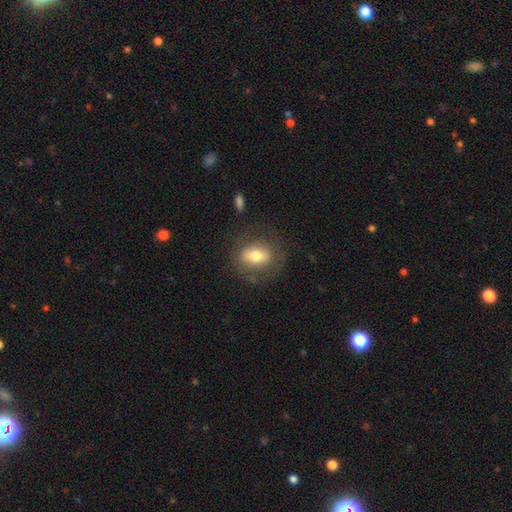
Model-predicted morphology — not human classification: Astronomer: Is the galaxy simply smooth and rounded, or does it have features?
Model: smooth — 62%.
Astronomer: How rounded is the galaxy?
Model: in between — 62%.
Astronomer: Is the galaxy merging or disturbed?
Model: none — 76%.